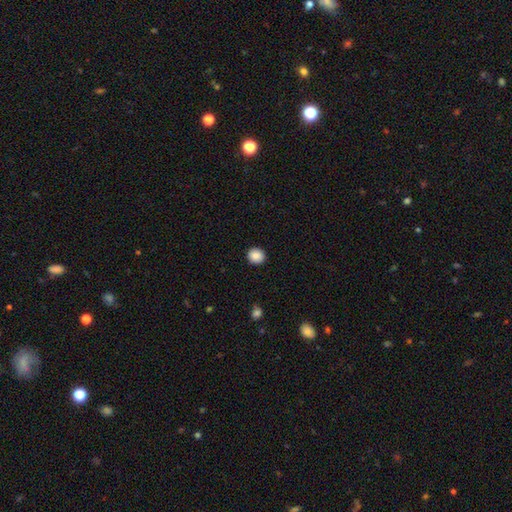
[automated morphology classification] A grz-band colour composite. It shows a smooth galaxy with no disk features (88%) that is round (83%). Merging: none (92%).